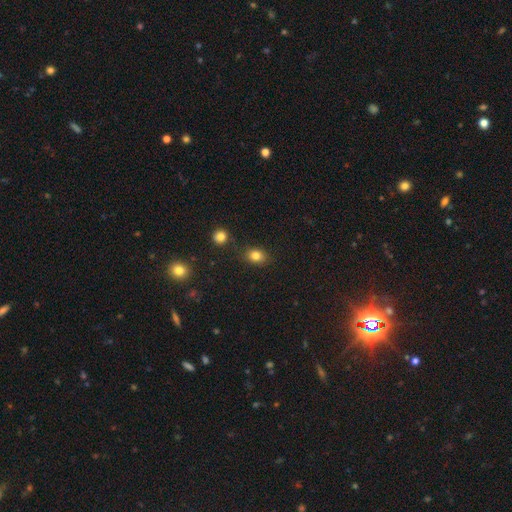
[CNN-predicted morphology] smooth-or-featured: smooth: 82% | star or artifact: 12% | featured or disk: 7%
  how-rounded: in between: 52% | round: 47% | cigar-shaped: 1%
  merging: none: 79% | minor disturbance: 13% | merger: 5% | major disturbance: 3%